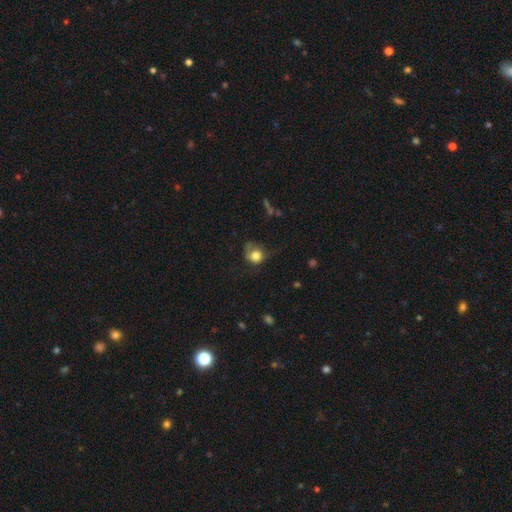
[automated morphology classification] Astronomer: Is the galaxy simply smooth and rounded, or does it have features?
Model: smooth — 76%.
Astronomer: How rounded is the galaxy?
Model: round — 72%.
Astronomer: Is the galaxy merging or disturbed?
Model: none — 37% (runner-up: minor disturbance, 32%).